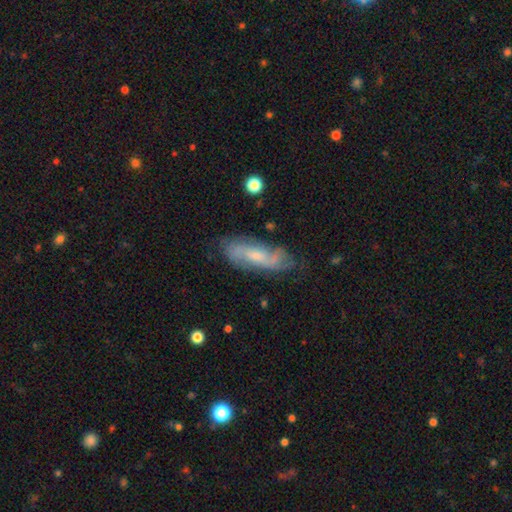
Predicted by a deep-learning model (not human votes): Overall: featured or disk (67%). Edge-on disk: no (83%). Bar: no (54%; weak 38%). Spiral arms: yes (89%). Bulge size: small (51%; moderate 37%). Merging: none (71%).